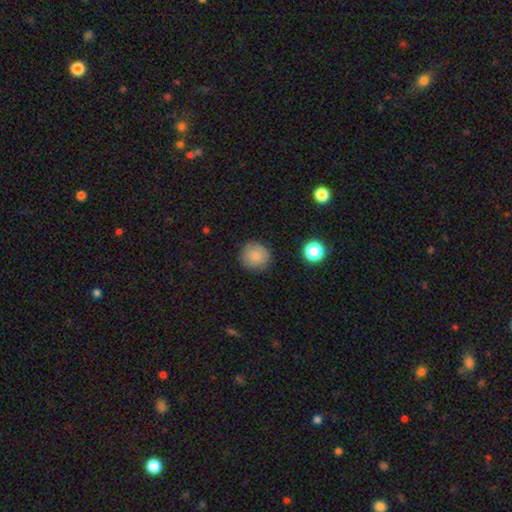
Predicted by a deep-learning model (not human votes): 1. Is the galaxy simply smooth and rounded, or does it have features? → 83% smooth, 10% star or artifact, 7% featured or disk.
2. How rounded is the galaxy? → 92% round, 7% in between, 1% cigar-shaped.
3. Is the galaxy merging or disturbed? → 85% none, 10% minor disturbance, 3% major disturbance, 1% merger.